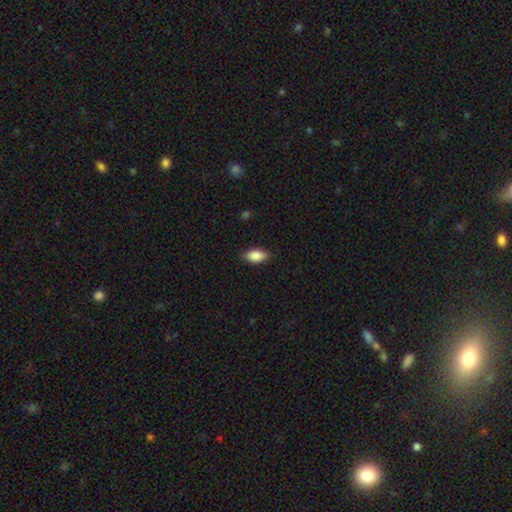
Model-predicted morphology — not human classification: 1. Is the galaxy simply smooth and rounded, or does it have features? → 87% smooth, 7% star or artifact, 6% featured or disk.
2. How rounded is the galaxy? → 90% in between, 6% cigar-shaped, 4% round.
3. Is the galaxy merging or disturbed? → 84% none, 12% minor disturbance, 3% major disturbance, 1% merger.